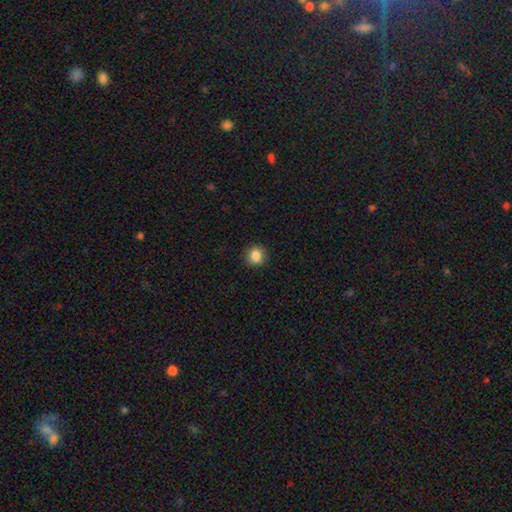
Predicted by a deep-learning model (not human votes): This is clearly a smooth galaxy (86%). How rounded: clearly round (86%). Merging: clearly none (90%).